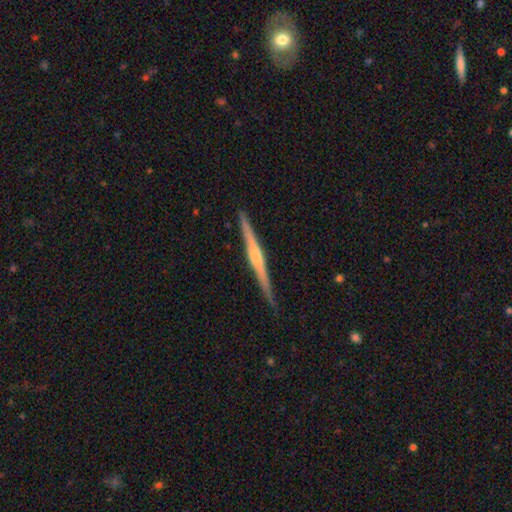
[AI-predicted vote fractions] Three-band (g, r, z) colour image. It shows a featured or disk galaxy (79%) viewed edge-on (98%) with a rounded central bulge (76%). Merging: none (90%).